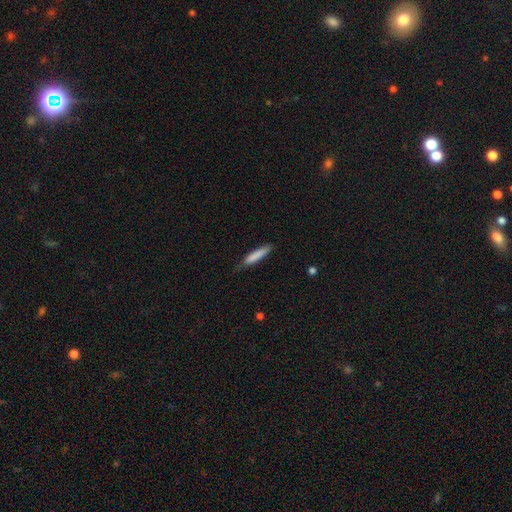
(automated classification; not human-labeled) Smooth or featured?
  - smooth: 80% *
  - featured or disk: 14%
  - star or artifact: 6%
How rounded?
  - cigar-shaped: 88% *
  - in between: 11%
  - round: 1%
Merging?
  - none: 71% *
  - minor disturbance: 23%
  - major disturbance: 4%
  - merger: 1%